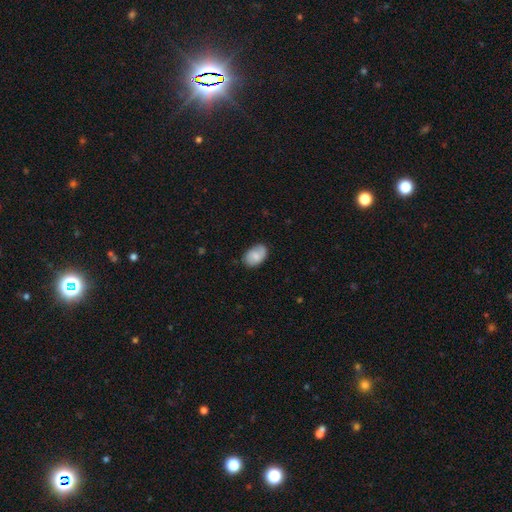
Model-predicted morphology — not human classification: This is likely a smooth galaxy (63%). How rounded: clearly in between (86%). Merging: likely none (74%).